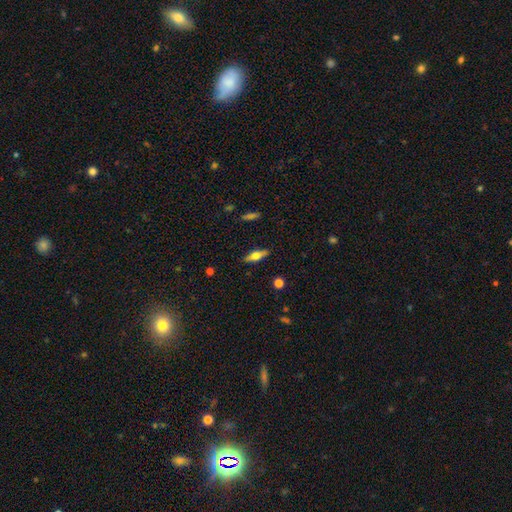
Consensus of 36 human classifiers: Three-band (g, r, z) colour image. It shows a featured or disk galaxy (67%) viewed edge-on (92%) with a rounded central bulge (73%). Merging: none (94%).